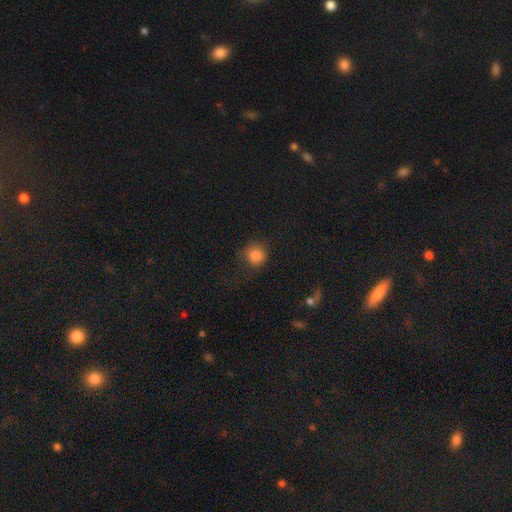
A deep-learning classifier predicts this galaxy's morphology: This is clearly a smooth galaxy (84%). How rounded: clearly round (83%). Merging: likely none (65%).